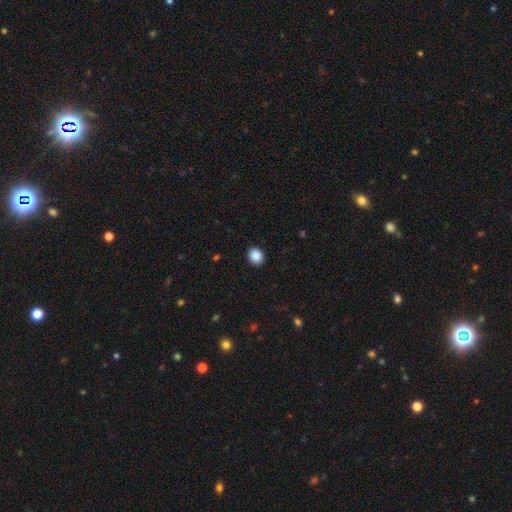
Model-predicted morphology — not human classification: Overall: smooth (89%). How rounded: round (75%). Merging: none (91%).